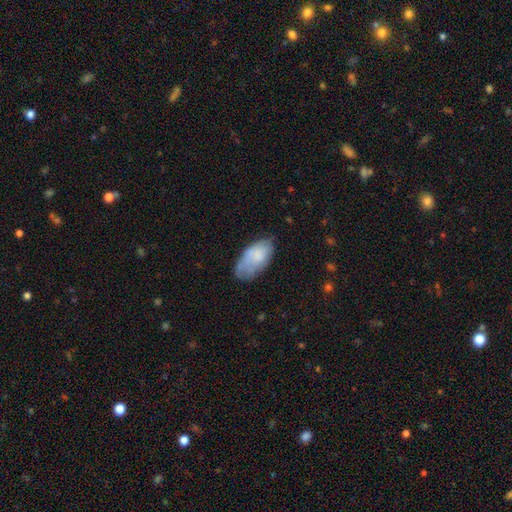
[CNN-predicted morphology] Q: Smooth or featured?
A: smooth (70%); runner-up: featured or disk (22%)
Q: How rounded?
A: in between (94%); runner-up: cigar-shaped (3%)
Q: Merging?
A: none (48%); runner-up: minor disturbance (35%)